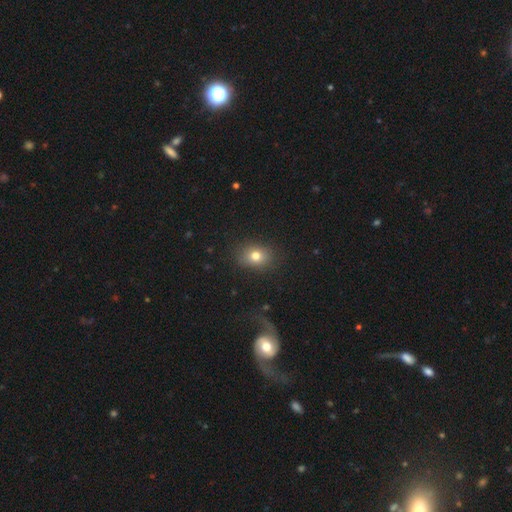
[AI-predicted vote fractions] Morphology: type=smooth (78%); roundness=in between (54%); merging=none (84%).